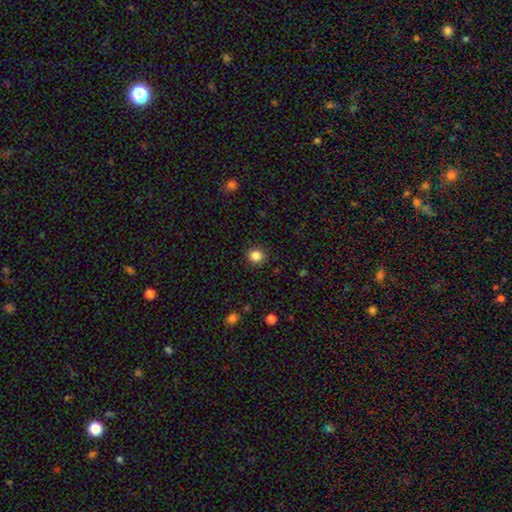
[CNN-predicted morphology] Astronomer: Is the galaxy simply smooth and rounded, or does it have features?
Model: smooth — 86%.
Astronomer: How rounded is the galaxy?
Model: round — 87%.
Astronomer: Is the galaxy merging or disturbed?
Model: none — 91%.